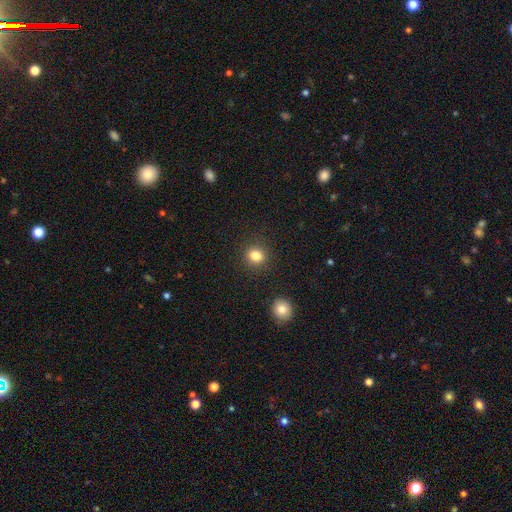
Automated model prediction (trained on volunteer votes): Morphology: type=smooth (83%); roundness=round (81%); merging=none (89%).